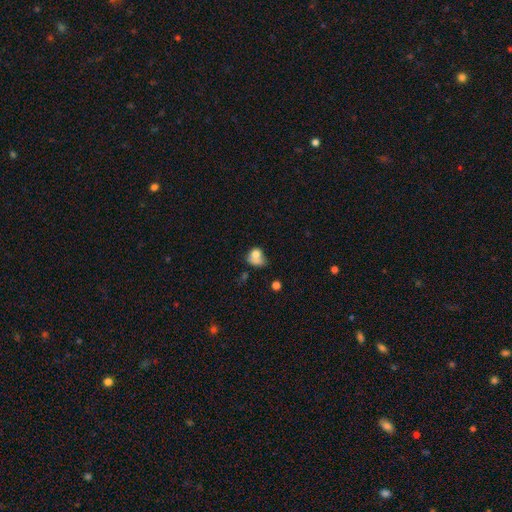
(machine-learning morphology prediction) smooth 70%, featured or disk 19%, star or artifact 11%. Down the decision tree: how rounded — round (53%); merging — merger (27%).